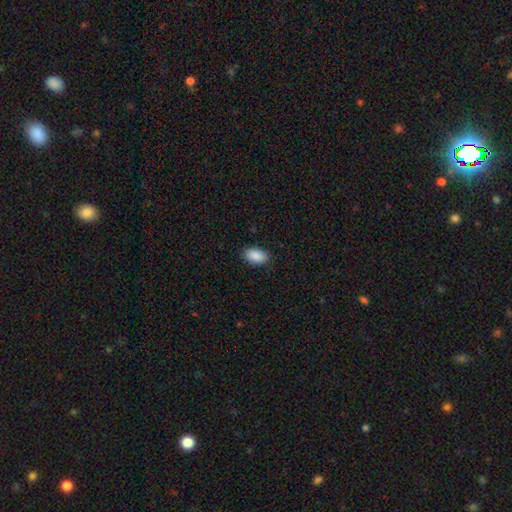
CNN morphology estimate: Smooth or featured? Predicted: smooth (p=0.90). How rounded? Predicted: in between (p=0.94). Merging? Predicted: none (p=0.88).